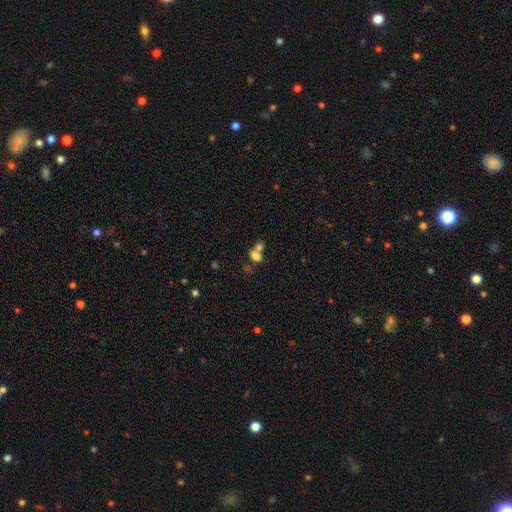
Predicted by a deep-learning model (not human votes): This appears to be a smooth galaxy with no disk features (74%) that is in between round and cigar-shaped (78%). Merging: merger (52%).